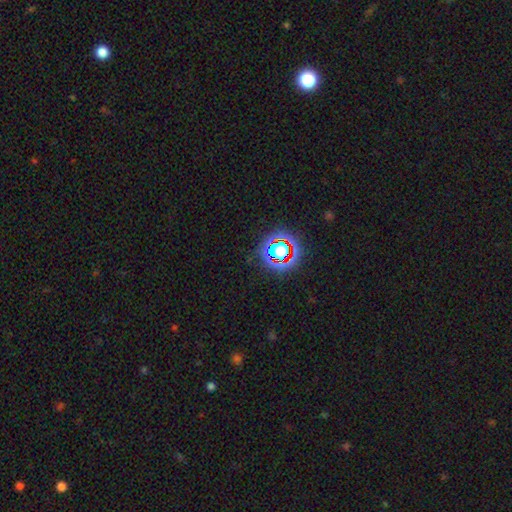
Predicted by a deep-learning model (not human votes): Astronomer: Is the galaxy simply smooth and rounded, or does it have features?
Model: star or artifact — 76%.